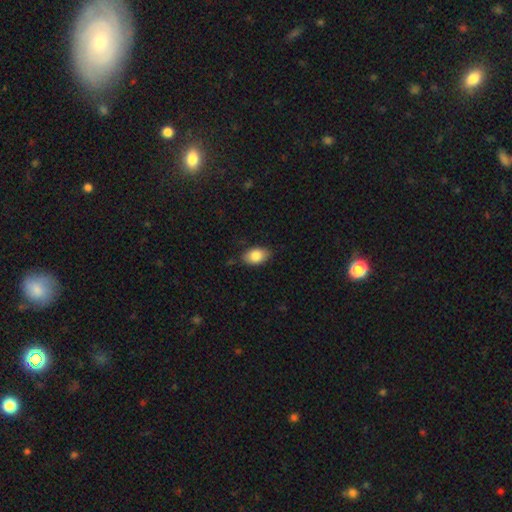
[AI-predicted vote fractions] This is clearly a smooth galaxy (84%). How rounded: clearly in between (88%). Merging: likely none (79%).